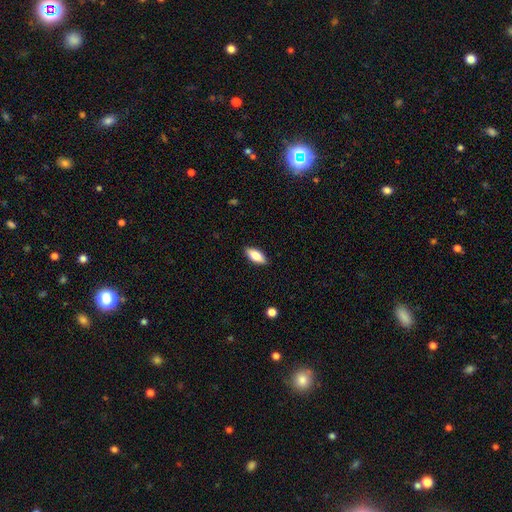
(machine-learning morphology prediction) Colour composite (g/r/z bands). It shows a smooth galaxy with no disk features (77%) that is in between round and cigar-shaped (80%). Merging: none (89%).